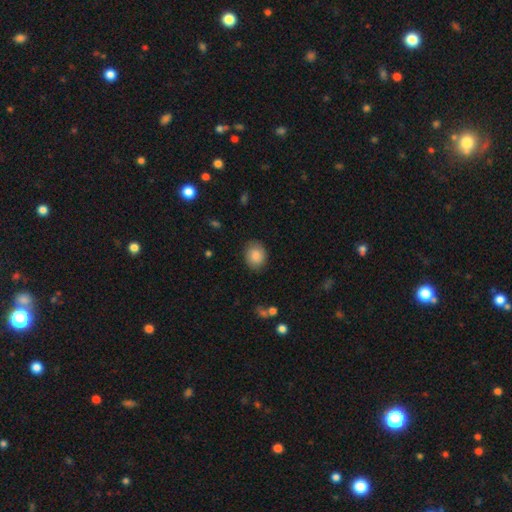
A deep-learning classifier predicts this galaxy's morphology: This appears to be a smooth galaxy with no disk features (85%) that is round (55%). Merging: none (84%).